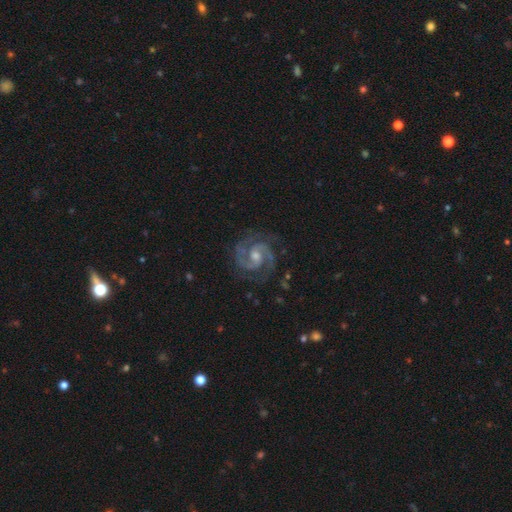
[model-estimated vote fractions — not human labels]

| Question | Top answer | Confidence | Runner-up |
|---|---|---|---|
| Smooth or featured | featured or disk | 93% | star or artifact (5%) |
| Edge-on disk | no | 98% | yes (2%) |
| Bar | weak | 48% | no (39%) |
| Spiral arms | yes | 99% | no (1%) |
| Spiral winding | medium | 54% | tight (40%) |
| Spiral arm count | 2 | 90% | 3 (5%) |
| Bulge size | moderate | 52% | small (40%) |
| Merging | none | 81% | minor disturbance (13%) |